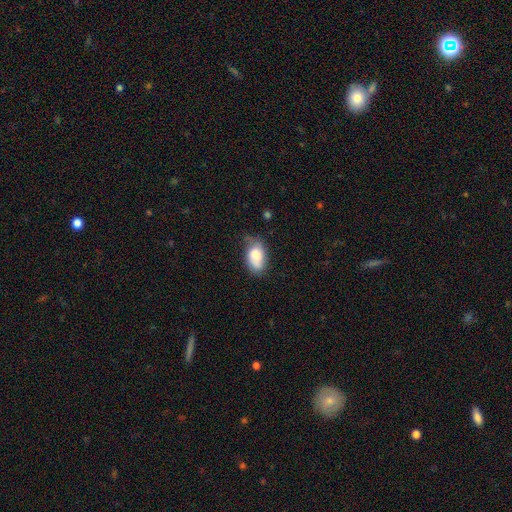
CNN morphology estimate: Smooth or featured? smooth (76%)
How rounded? in between (91%)
Merging? none (48%)